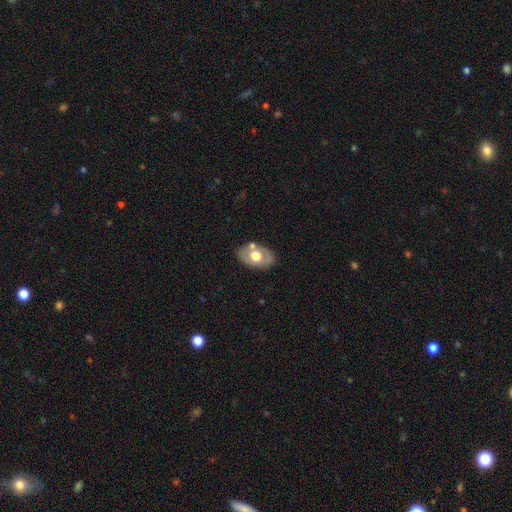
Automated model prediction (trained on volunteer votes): Morphology: type=smooth (52%); roundness=in between (85%); merging=none (73%).